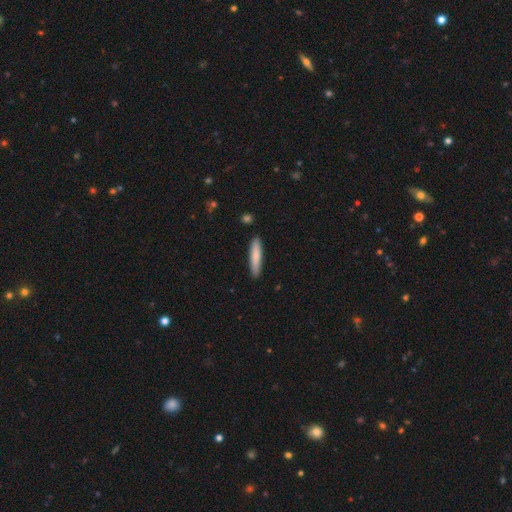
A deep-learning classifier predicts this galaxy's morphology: Overall: smooth (76%). How rounded: cigar-shaped (87%). Merging: none (89%).